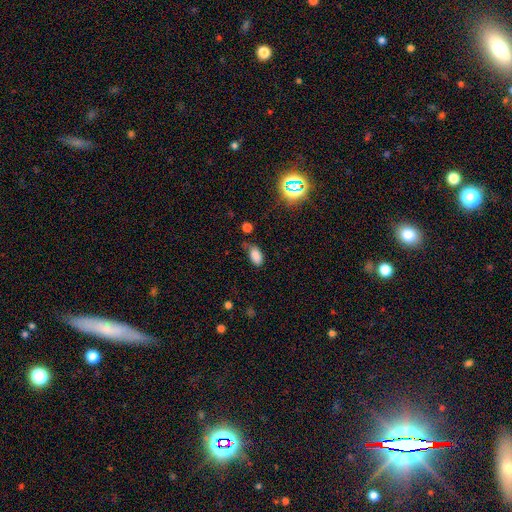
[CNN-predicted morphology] Smooth or featured?
  - smooth: 82% *
  - star or artifact: 12%
  - featured or disk: 6%
How rounded?
  - in between: 92% *
  - round: 5%
  - cigar-shaped: 3%
Merging?
  - none: 54% *
  - minor disturbance: 31%
  - major disturbance: 10%
  - merger: 5%